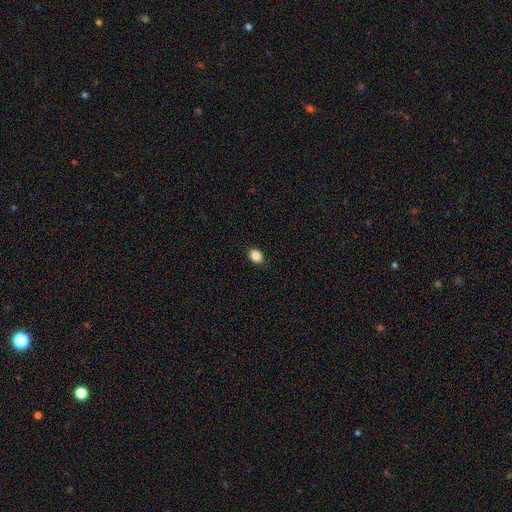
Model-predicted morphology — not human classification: Smooth or featured: smooth — 87% (star or artifact — 9%)
How rounded: in between — 72% (round — 27%)
Merging: none — 90% (minor disturbance — 8%)